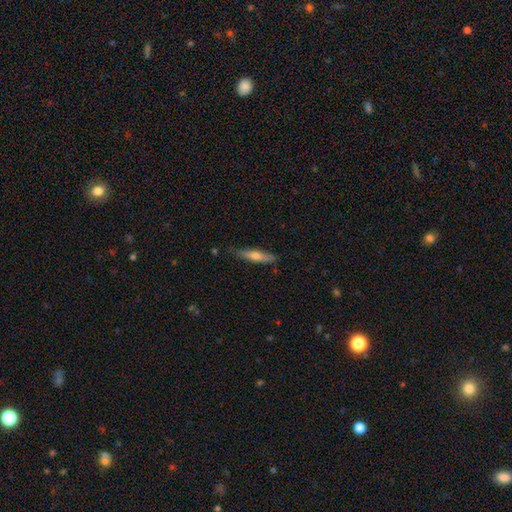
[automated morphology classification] Overall: smooth (53%; featured or disk 41%). How rounded: cigar-shaped (84%). Merging: none (81%).